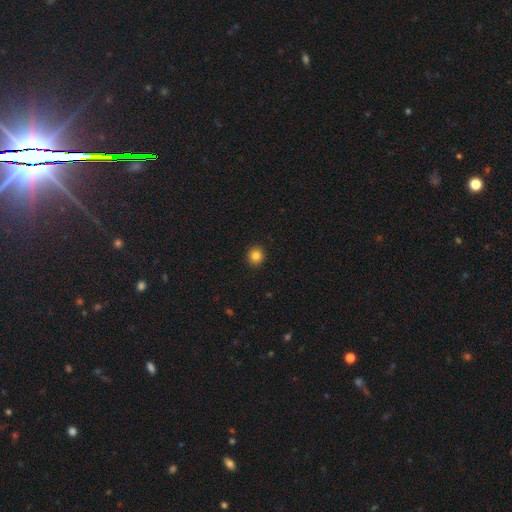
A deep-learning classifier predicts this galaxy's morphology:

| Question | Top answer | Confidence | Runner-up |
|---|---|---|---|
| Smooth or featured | smooth | 85% | star or artifact (11%) |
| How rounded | round | 86% | in between (13%) |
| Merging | none | 92% | minor disturbance (5%) |